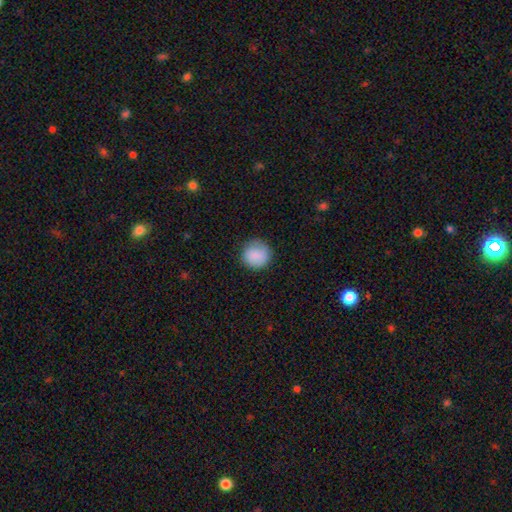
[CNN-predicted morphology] Smooth or featured?
  - smooth: 88% *
  - star or artifact: 8%
  - featured or disk: 4%
How rounded?
  - round: 93% *
  - in between: 6%
  - cigar-shaped: 1%
Merging?
  - none: 85% *
  - minor disturbance: 11%
  - major disturbance: 3%
  - merger: 1%